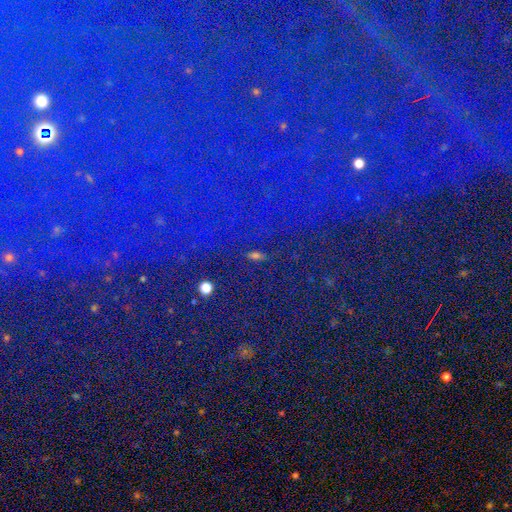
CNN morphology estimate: Q: Smooth or featured?
A: star or artifact (56%); runner-up: smooth (32%)